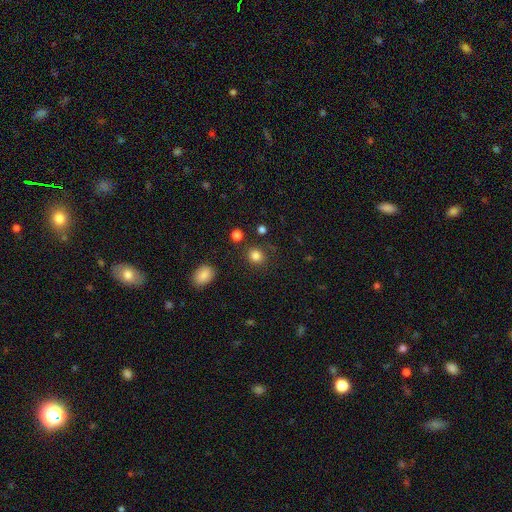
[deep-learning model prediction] This appears to be a smooth galaxy with no disk features (83%) that is round (83%). Merging: none (84%).